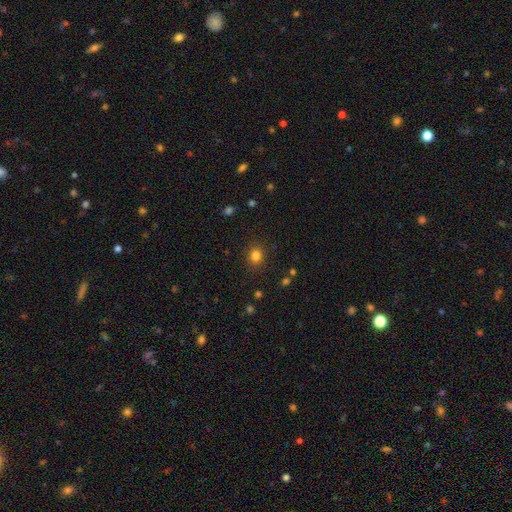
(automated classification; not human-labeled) smooth-or-featured: smooth: 81% | star or artifact: 14% | featured or disk: 5%
  how-rounded: round: 74% | in between: 25% | cigar-shaped: 1%
  merging: none: 87% | minor disturbance: 9% | major disturbance: 3% | merger: 1%